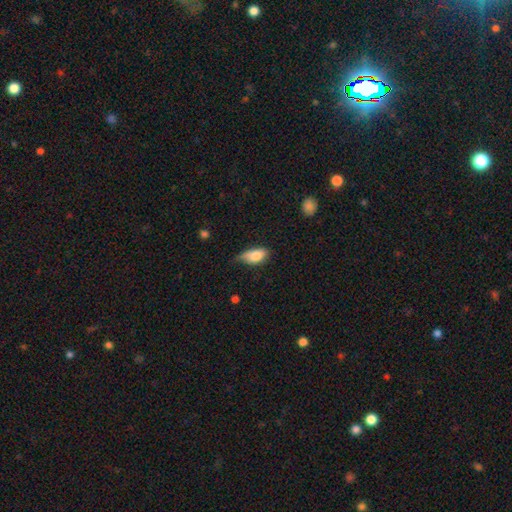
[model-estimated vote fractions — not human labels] smooth_or_featured: smooth (p=0.78) [alt: featured or disk p=0.15]
how_rounded: in between (p=0.88) [alt: cigar-shaped p=0.08]
merging: minor disturbance (p=0.47) [alt: none p=0.37]